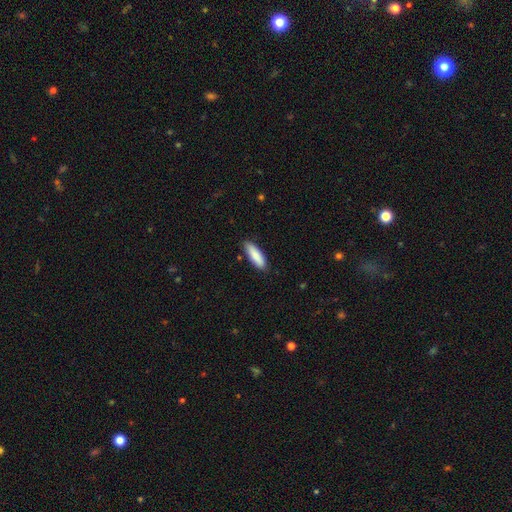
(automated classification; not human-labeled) Q: Smooth or featured?
A: smooth (88%); runner-up: featured or disk (7%)
Q: How rounded?
A: cigar-shaped (51%); runner-up: in between (47%)
Q: Merging?
A: none (87%); runner-up: minor disturbance (10%)